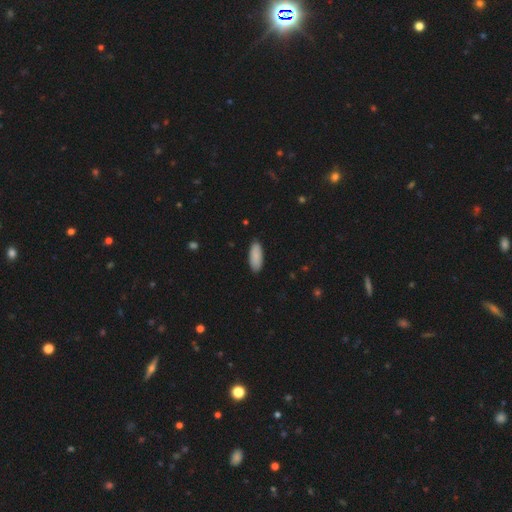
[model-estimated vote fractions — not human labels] This is clearly a smooth galaxy (88%). How rounded: clearly in between (82%). Merging: clearly none (88%).